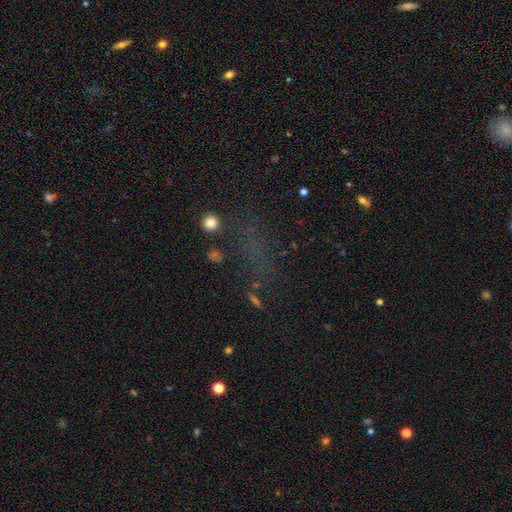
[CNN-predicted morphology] This is possibly a star or artifact rather than a galaxy (46%).